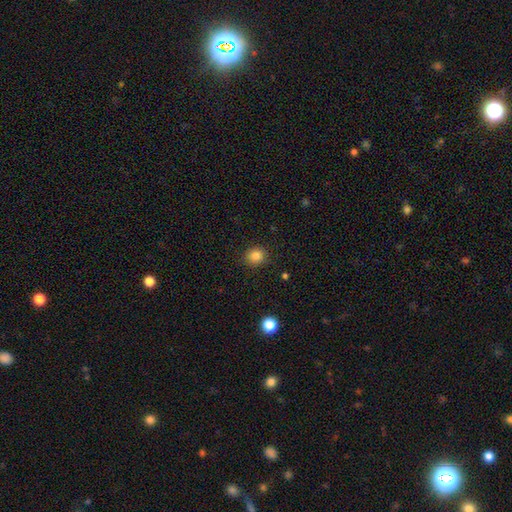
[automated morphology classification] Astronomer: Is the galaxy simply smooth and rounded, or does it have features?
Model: smooth — 85%.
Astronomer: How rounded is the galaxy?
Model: round — 81%.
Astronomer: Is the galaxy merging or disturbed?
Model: none — 88%.